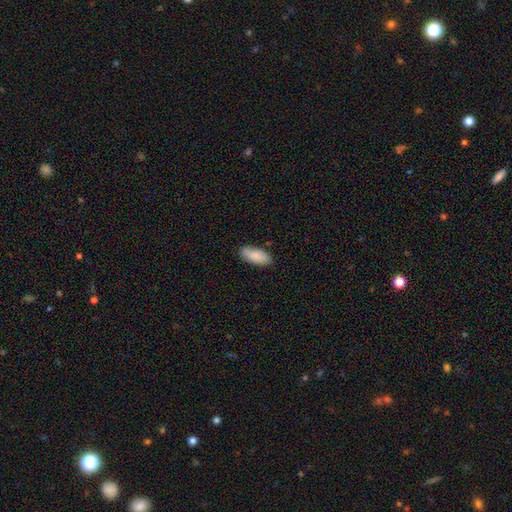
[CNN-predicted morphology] Smooth or featured?
  - smooth: 87% *
  - featured or disk: 7%
  - star or artifact: 6%
How rounded?
  - in between: 85% *
  - cigar-shaped: 13%
  - round: 2%
Merging?
  - none: 82% *
  - minor disturbance: 14%
  - major disturbance: 2%
  - merger: 2%